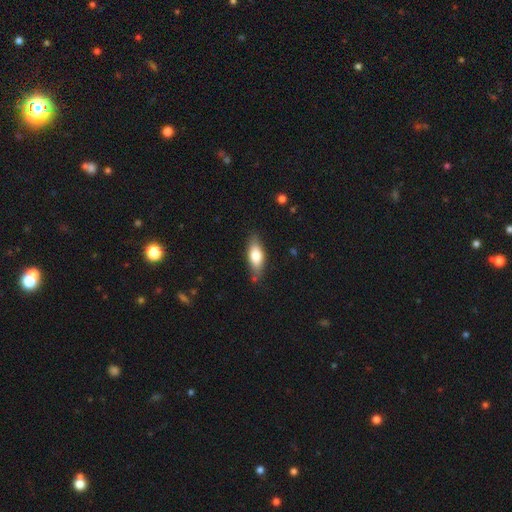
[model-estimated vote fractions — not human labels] smooth-or-featured: smooth: 72% | featured or disk: 22% | star or artifact: 6%
  how-rounded: in between: 75% | cigar-shaped: 23% | round: 3%
  merging: none: 78% | minor disturbance: 17% | major disturbance: 3% | merger: 2%